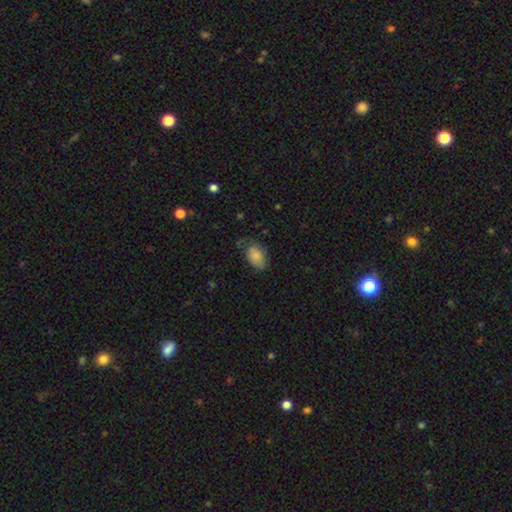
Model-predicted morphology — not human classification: A smooth galaxy with no disk features (80%) that is in between round and cigar-shaped (92%).

Vote fractions:
- Smooth or featured? smooth: 80% / featured or disk: 13% / star or artifact: 7%
- How rounded? in between: 92% / round: 7% / cigar-shaped: 1%
- Merging? none: 57% / minor disturbance: 30% / major disturbance: 10% / merger: 2%